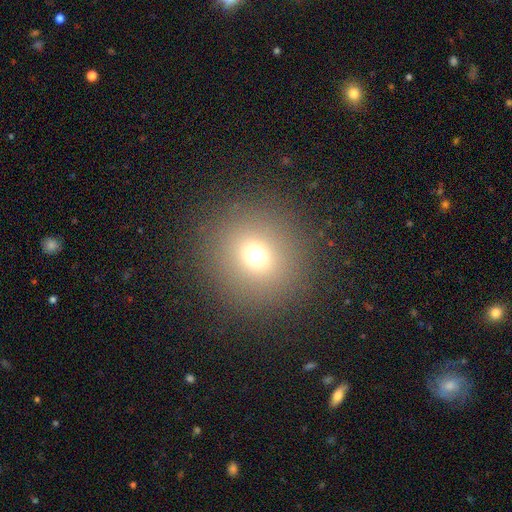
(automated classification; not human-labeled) This is likely a smooth galaxy (67%). How rounded: clearly round (90%). Merging: clearly none (88%).